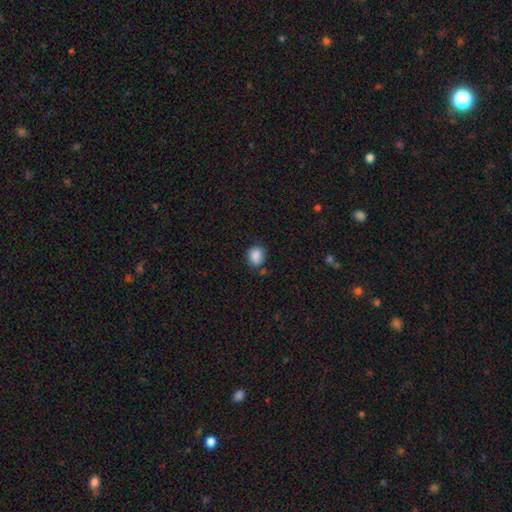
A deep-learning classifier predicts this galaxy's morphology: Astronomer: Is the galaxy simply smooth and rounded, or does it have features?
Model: smooth — 88%.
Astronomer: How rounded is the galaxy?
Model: round — 60% (runner-up: in between, 39%).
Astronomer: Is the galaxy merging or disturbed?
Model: none — 76%.